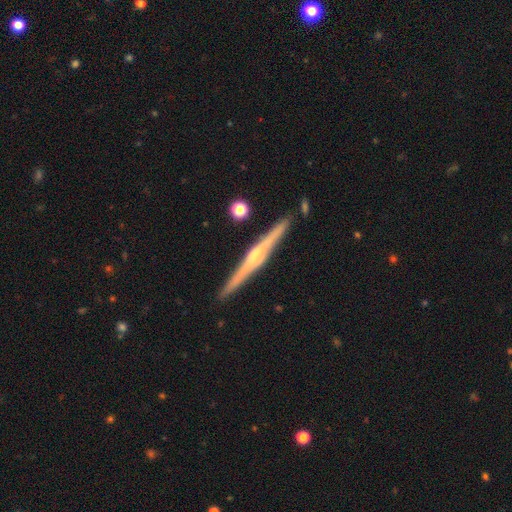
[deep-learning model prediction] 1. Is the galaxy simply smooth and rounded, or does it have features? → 82% featured or disk, 13% smooth, 5% star or artifact.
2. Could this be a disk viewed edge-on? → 98% yes, 2% no.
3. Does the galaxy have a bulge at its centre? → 79% rounded, 11% none, 10% boxy.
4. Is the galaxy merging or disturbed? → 90% none, 6% minor disturbance, 2% merger, 1% major disturbance.